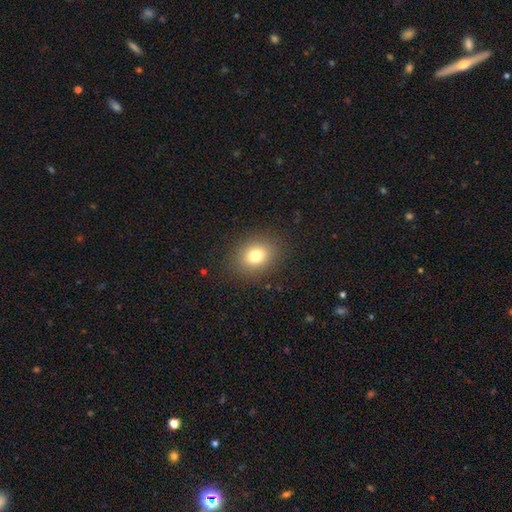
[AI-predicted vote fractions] smooth_or_featured: smooth (p=0.77) [alt: star or artifact p=0.13]
how_rounded: round (p=0.54) [alt: in between p=0.45]
merging: none (p=0.87) [alt: minor disturbance p=0.08]